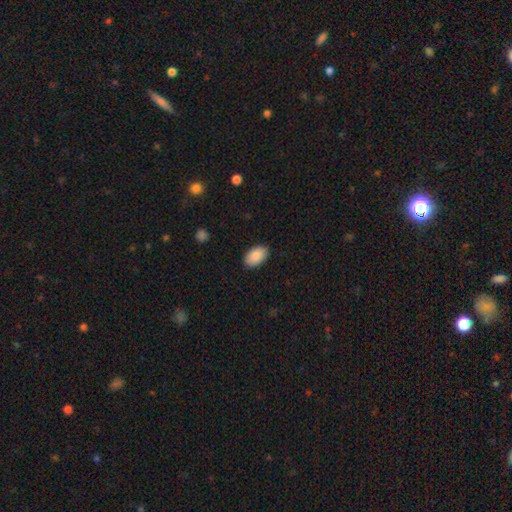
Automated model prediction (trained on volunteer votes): A smooth galaxy with no disk features (90%) that is in between round and cigar-shaped (94%).

Vote fractions:
- Smooth or featured? smooth: 90% / star or artifact: 6% / featured or disk: 4%
- How rounded? in between: 94% / round: 5% / cigar-shaped: 1%
- Merging? none: 86% / minor disturbance: 11% / major disturbance: 2% / merger: 1%